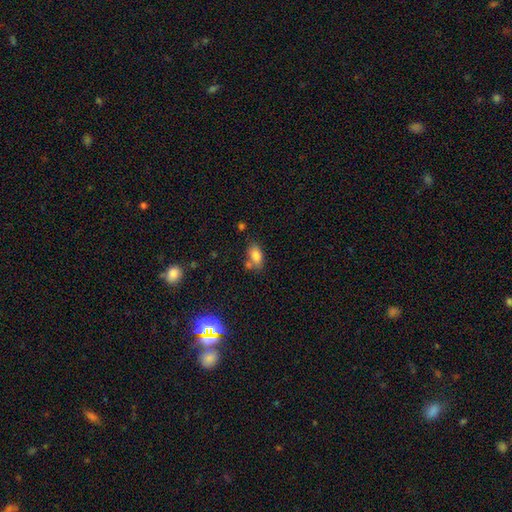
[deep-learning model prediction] Smooth or featured: smooth — 81% (star or artifact — 10%)
How rounded: in between — 89% (round — 7%)
Merging: none — 57% (merger — 20%)